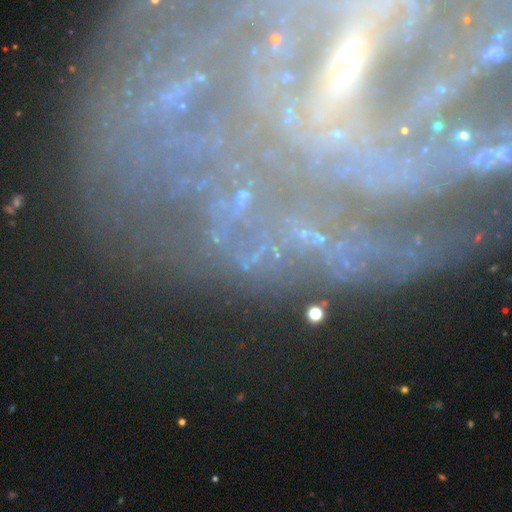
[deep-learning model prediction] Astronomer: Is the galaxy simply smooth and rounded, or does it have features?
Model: featured or disk — 57%.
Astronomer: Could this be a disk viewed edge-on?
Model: no — 89%.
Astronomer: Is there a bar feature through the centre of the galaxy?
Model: no — 52%.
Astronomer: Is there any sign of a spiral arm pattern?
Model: yes — 74%.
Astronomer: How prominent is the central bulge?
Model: small — 50%.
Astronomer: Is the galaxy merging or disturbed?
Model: none — 66%.